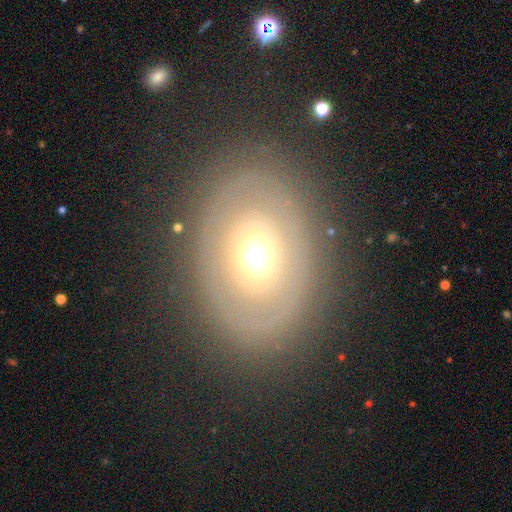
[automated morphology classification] smooth-or-featured: featured or disk: 60% | smooth: 33% | star or artifact: 7%
  disk-edge-on: no: 93% | yes: 7%
    bar: no: 90% | weak: 7% | strong: 3%
    has-spiral-arms: no: 79% | yes: 21%
    bulge-size: moderate: 62% | large: 26% | small: 8% | dominant: 4% | none: 1%
  merging: none: 82% | minor disturbance: 11% | major disturbance: 6% | merger: 1%